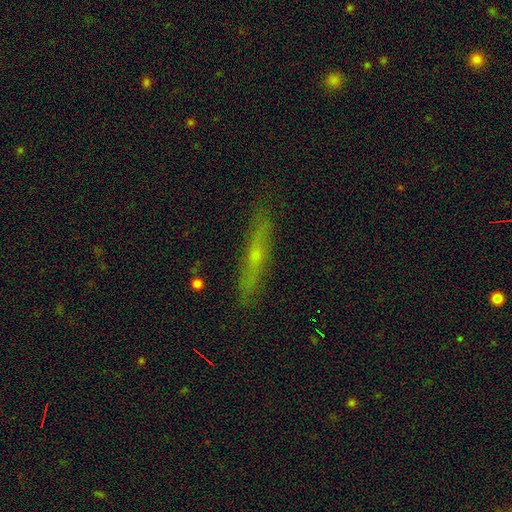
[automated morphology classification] smooth_or_featured: featured or disk (p=0.56) [alt: smooth p=0.35]
disk_edge_on: yes (p=0.89) [alt: no p=0.11]
edge_on_bulge: rounded (p=0.71) [alt: none p=0.26]
merging: none (p=0.86) [alt: minor disturbance p=0.11]